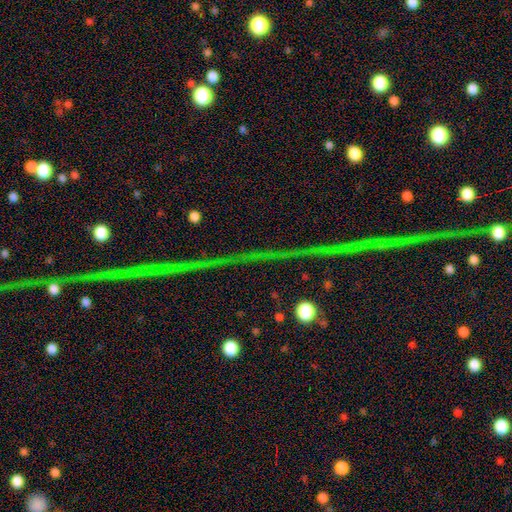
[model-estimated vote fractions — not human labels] This is likely a star or artifact rather than a galaxy (80%).